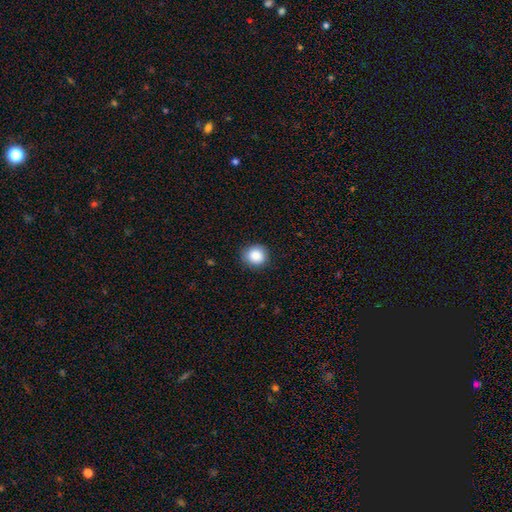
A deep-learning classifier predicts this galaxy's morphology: smooth-or-featured: smooth: 88% | star or artifact: 8% | featured or disk: 4%
  how-rounded: round: 87% | in between: 12% | cigar-shaped: 1%
  merging: none: 87% | minor disturbance: 10% | major disturbance: 2% | merger: 1%